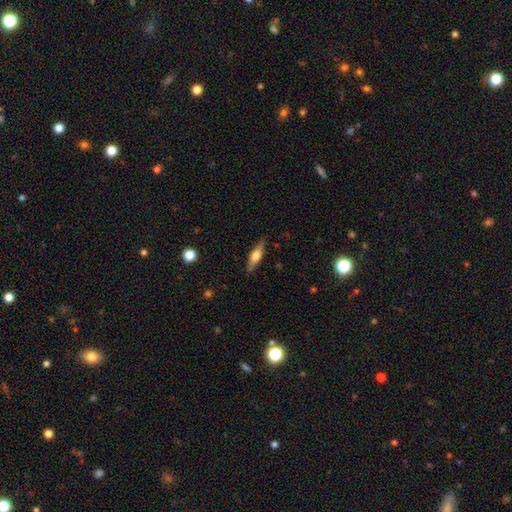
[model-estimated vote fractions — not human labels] A featured or disk galaxy (49%). Merging: none (86%).